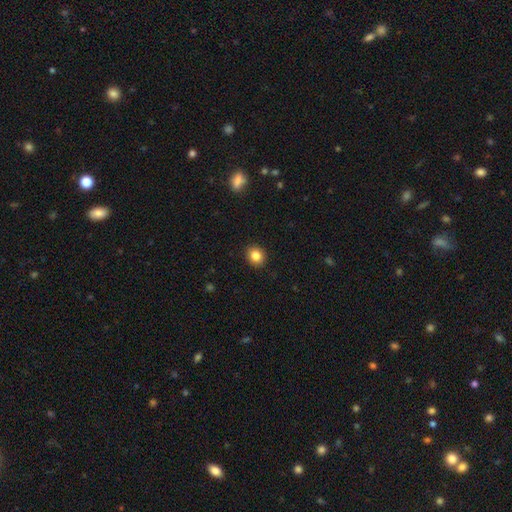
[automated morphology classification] A smooth galaxy with no disk features (84%) that is round (75%). Merging: none (91%).